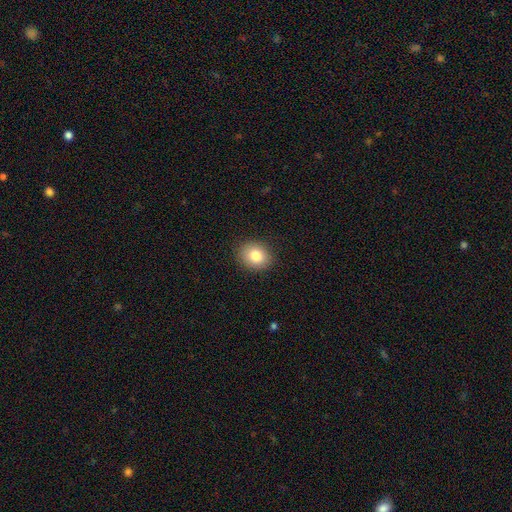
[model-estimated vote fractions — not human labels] Smooth or featured? smooth (82%)
How rounded? round (63%)
Merging? none (89%)